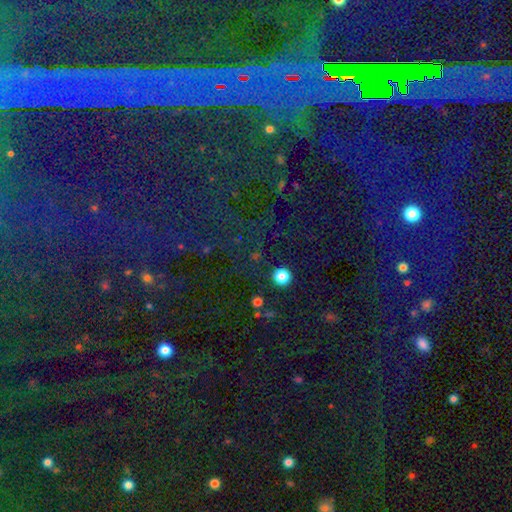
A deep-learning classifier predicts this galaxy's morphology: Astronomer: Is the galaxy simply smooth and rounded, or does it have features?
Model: star or artifact — 76%.